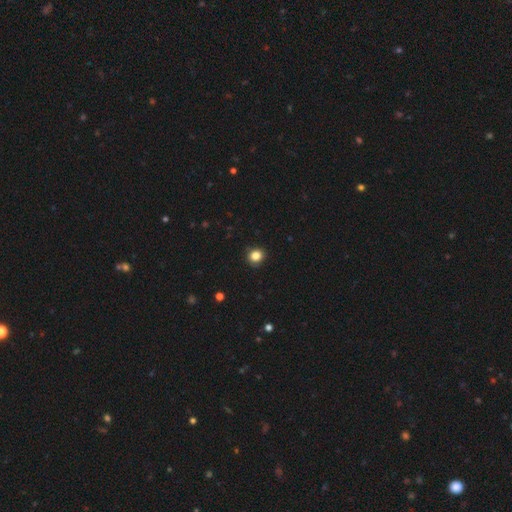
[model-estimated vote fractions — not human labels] smooth-or-featured: smooth: 84% | star or artifact: 11% | featured or disk: 4%
  how-rounded: round: 82% | in between: 17% | cigar-shaped: 1%
  merging: none: 89% | minor disturbance: 8% | major disturbance: 2% | merger: 1%